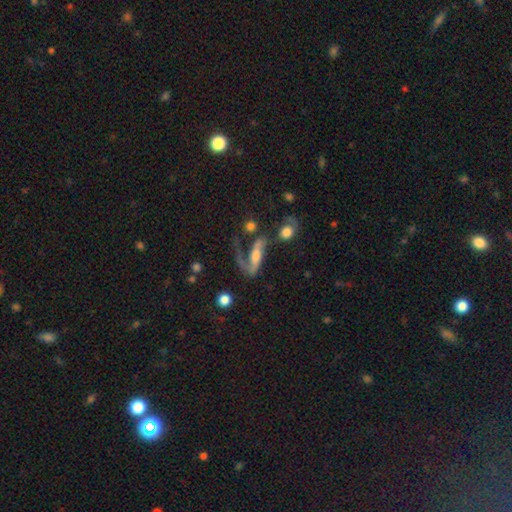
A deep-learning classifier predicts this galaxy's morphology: Overall: featured or disk (70%). Edge-on disk: no (81%). Bar: no (41%; strong 30%). Spiral arms: yes (85%). Bulge size: moderate (47%; small 30%). Merging: major disturbance (37%; none 33%).